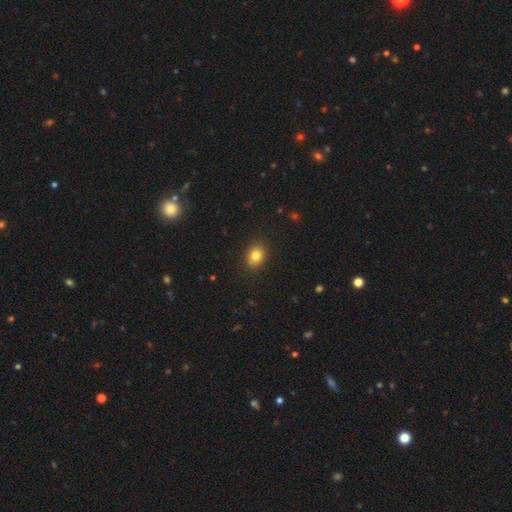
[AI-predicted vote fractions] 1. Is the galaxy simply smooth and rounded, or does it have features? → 81% smooth, 11% star or artifact, 8% featured or disk.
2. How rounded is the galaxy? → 52% in between, 47% round, 1% cigar-shaped.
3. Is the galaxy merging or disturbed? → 88% none, 8% minor disturbance, 2% major disturbance, 1% merger.